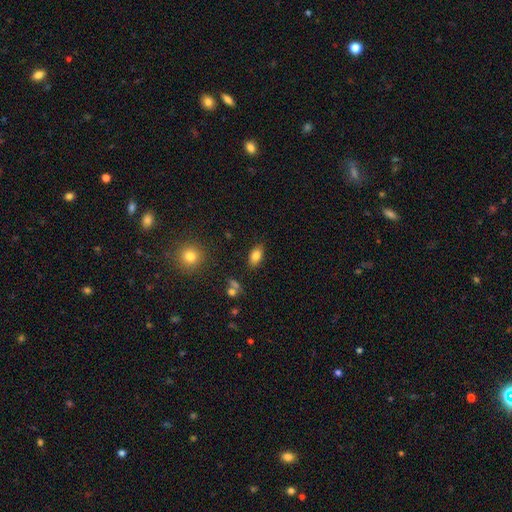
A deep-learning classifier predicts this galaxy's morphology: Smooth or featured?
  - smooth: 81% *
  - star or artifact: 10%
  - featured or disk: 9%
How rounded?
  - in between: 89% *
  - round: 8%
  - cigar-shaped: 4%
Merging?
  - none: 83% *
  - minor disturbance: 11%
  - major disturbance: 3%
  - merger: 2%